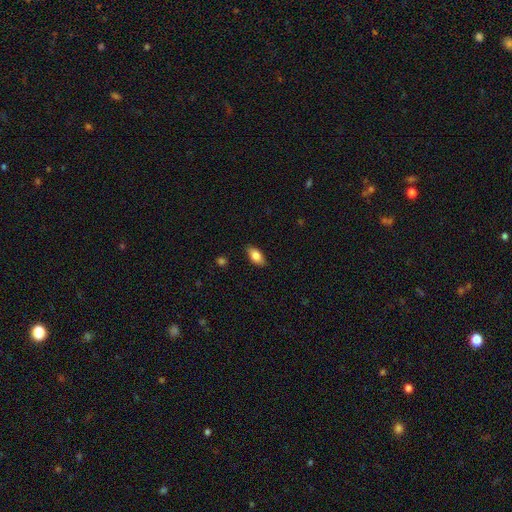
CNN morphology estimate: Smooth or featured? Predicted: smooth (p=0.81). How rounded? Predicted: in between (p=0.89). Merging? Predicted: none (p=0.86).